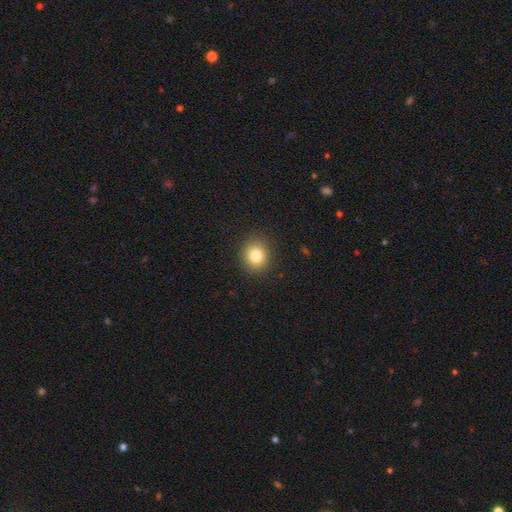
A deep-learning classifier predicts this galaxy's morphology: Q: Smooth or featured?
A: smooth (81%); runner-up: star or artifact (12%)
Q: How rounded?
A: round (82%); runner-up: in between (17%)
Q: Merging?
A: none (90%); runner-up: minor disturbance (6%)